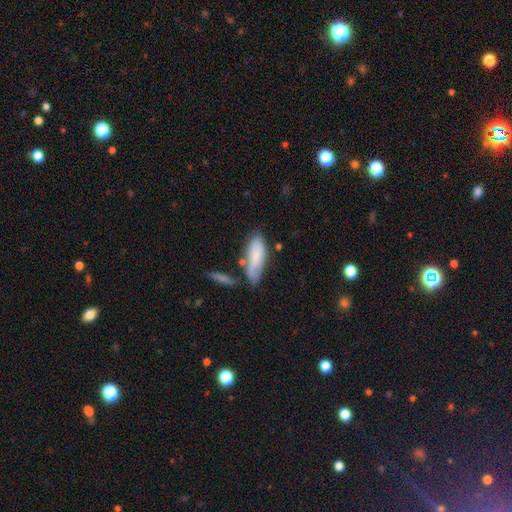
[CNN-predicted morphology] This is likely a smooth galaxy (78%). How rounded: likely in between (62%). Merging: possibly none (51%).